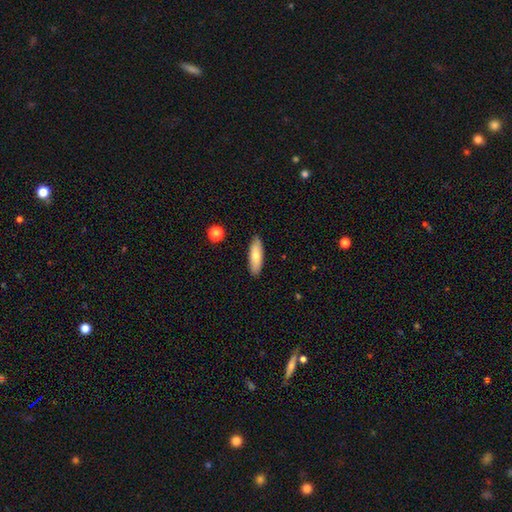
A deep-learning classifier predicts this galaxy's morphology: A smooth galaxy with no disk features (74%) that is in between round and cigar-shaped (55%). Merging: none (88%).